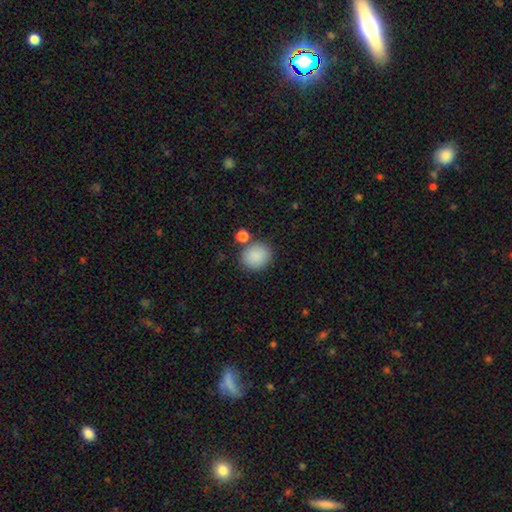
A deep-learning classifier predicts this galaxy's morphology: Smooth or featured? Predicted: smooth (p=0.88). How rounded? Predicted: round (p=0.67). Merging? Predicted: none (p=0.77).